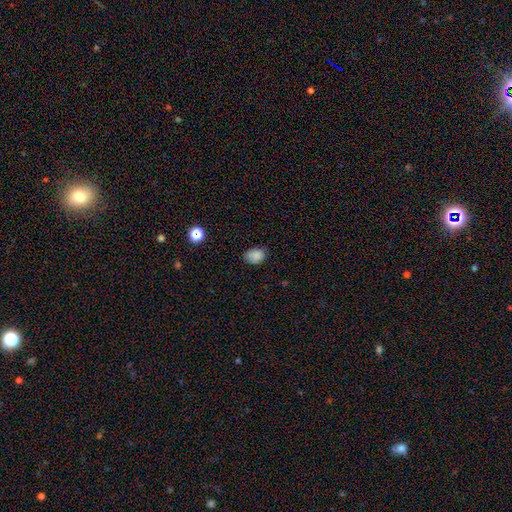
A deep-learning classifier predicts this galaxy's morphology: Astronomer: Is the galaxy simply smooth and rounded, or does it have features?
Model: smooth — 84%.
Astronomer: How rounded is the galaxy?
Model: in between — 66%.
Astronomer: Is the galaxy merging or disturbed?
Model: none — 71%.